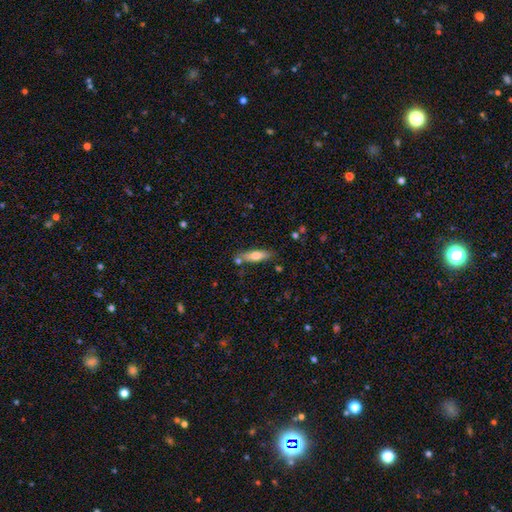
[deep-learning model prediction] smooth 71%, featured or disk 23%, star or artifact 6%. Down the decision tree: how rounded — cigar-shaped (56%); merging — none (73%).